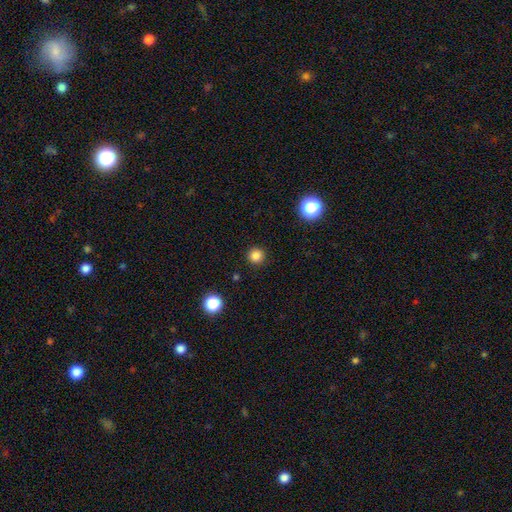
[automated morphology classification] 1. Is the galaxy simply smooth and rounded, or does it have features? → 84% smooth, 13% star or artifact, 3% featured or disk.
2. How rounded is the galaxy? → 95% round, 4% in between, 1% cigar-shaped.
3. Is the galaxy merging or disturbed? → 92% none, 5% minor disturbance, 2% major disturbance, 1% merger.